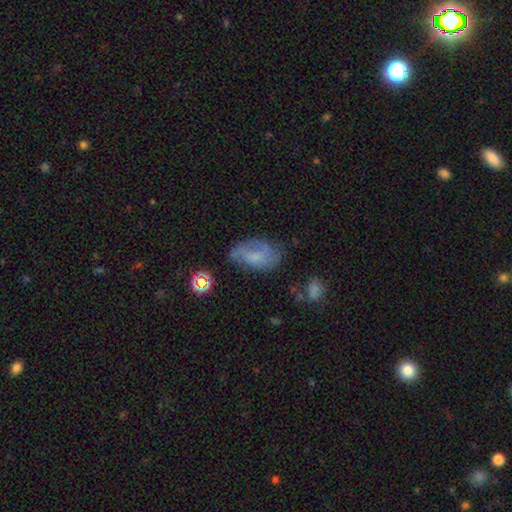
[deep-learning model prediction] Smooth or featured?
  - featured or disk: 47% *
  - smooth: 42%
  - star or artifact: 11%
Merging?
  - none: 53% *
  - minor disturbance: 27%
  - major disturbance: 16%
  - merger: 4%